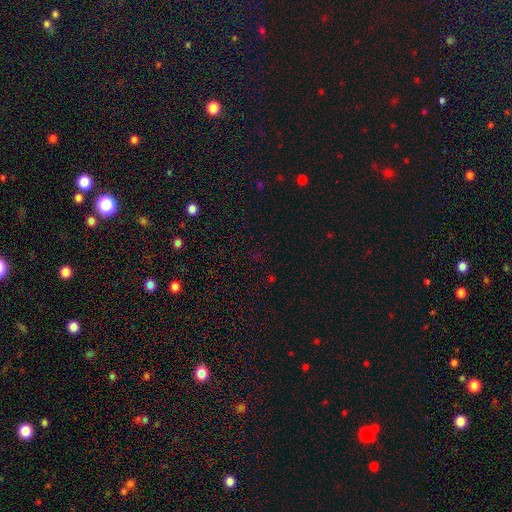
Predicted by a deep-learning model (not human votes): Morphology: type=star or artifact (68%).